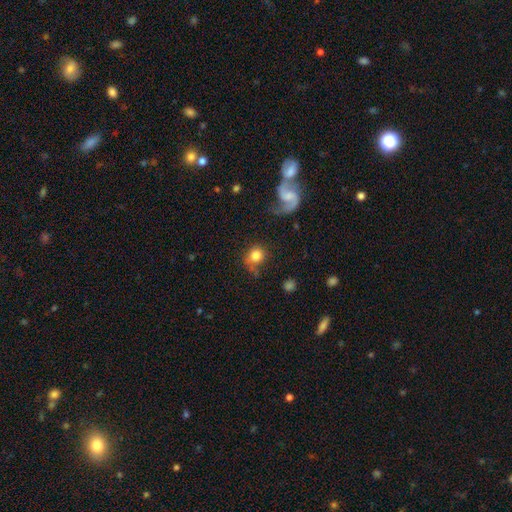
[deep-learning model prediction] A smooth galaxy with no disk features (76%) that is round (82%). Merging: none (59%).